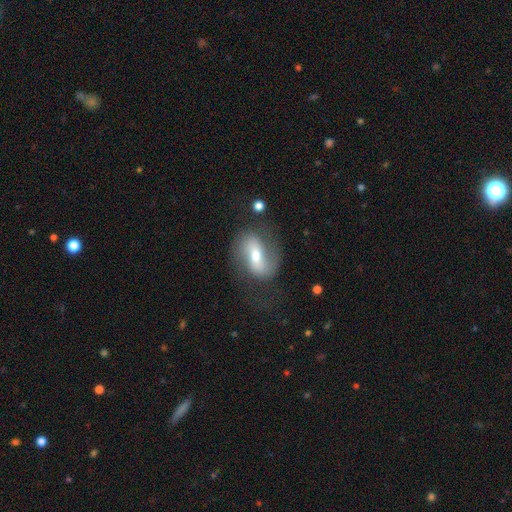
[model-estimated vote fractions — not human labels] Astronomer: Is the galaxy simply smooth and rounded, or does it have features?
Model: featured or disk — 72%.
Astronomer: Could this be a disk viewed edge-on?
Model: no — 95%.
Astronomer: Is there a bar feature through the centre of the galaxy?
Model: strong — 40% (runner-up: weak, 39%).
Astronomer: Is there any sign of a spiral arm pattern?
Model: yes — 88%.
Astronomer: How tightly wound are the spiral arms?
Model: loose — 44% (runner-up: medium, 41%).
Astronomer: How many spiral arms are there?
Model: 2 — 85%.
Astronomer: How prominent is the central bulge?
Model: moderate — 61%.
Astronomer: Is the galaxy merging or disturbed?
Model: none — 64%.